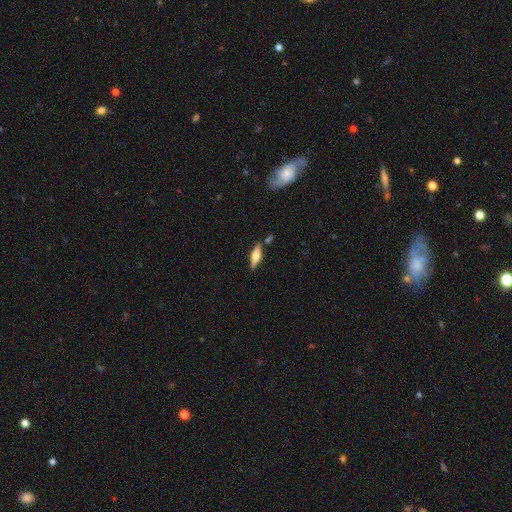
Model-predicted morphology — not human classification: Q: Smooth or featured?
A: featured or disk (54%); runner-up: smooth (40%)
Q: Edge-on disk?
A: yes (94%); runner-up: no (6%)
Q: Edge-on bulge?
A: rounded (88%); runner-up: boxy (9%)
Q: Merging?
A: none (80%); runner-up: minor disturbance (11%)